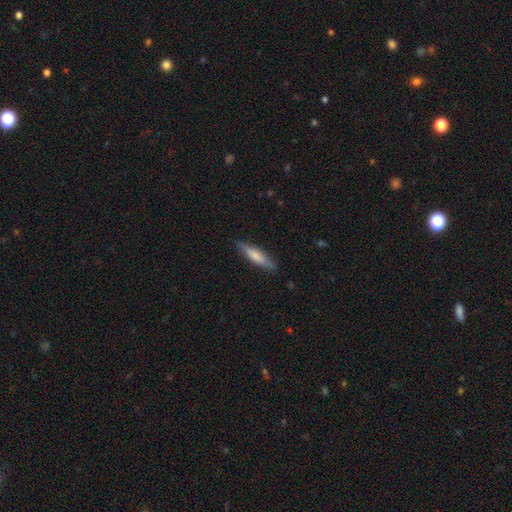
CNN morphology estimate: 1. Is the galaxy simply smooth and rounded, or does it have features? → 68% smooth, 27% featured or disk, 5% star or artifact.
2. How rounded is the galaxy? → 83% cigar-shaped, 16% in between, 1% round.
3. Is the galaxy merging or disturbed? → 86% none, 11% minor disturbance, 2% major disturbance, 1% merger.